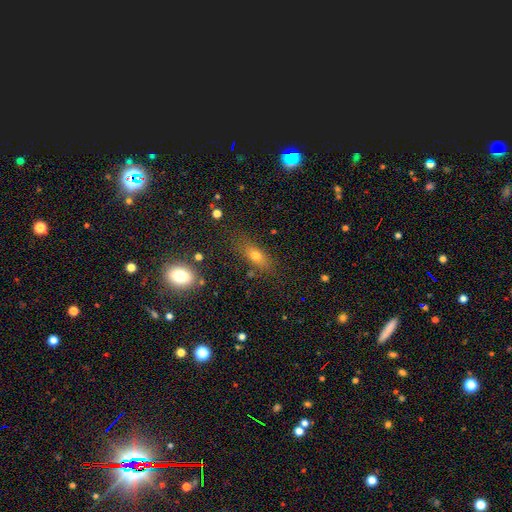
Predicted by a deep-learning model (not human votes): Smooth or featured?
  - smooth: 66% *
  - featured or disk: 19%
  - star or artifact: 15%
How rounded?
  - in between: 62% *
  - cigar-shaped: 28%
  - round: 10%
Merging?
  - none: 77% *
  - minor disturbance: 14%
  - major disturbance: 5%
  - merger: 3%